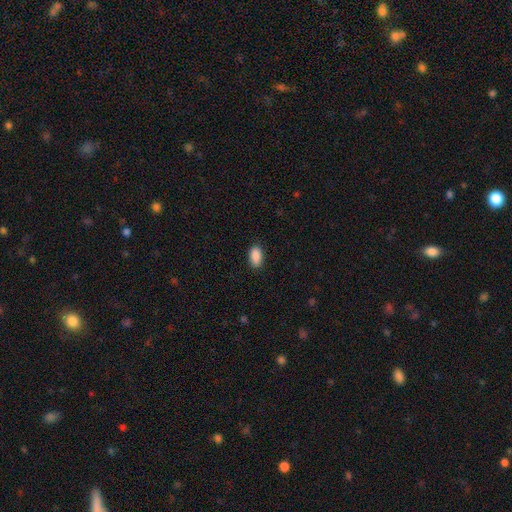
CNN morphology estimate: A smooth galaxy with no disk features (90%) that is in between round and cigar-shaped (93%).

Vote fractions:
- Smooth or featured? smooth: 90% / star or artifact: 7% / featured or disk: 3%
- How rounded? in between: 93% / round: 5% / cigar-shaped: 2%
- Merging? none: 86% / minor disturbance: 11% / major disturbance: 2% / merger: 1%